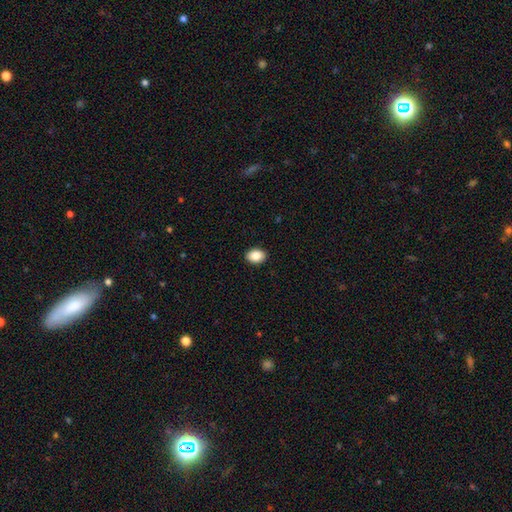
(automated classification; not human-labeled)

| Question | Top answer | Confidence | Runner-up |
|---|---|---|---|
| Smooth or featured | smooth | 87% | star or artifact (8%) |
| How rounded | in between | 72% | round (27%) |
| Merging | none | 91% | minor disturbance (6%) |